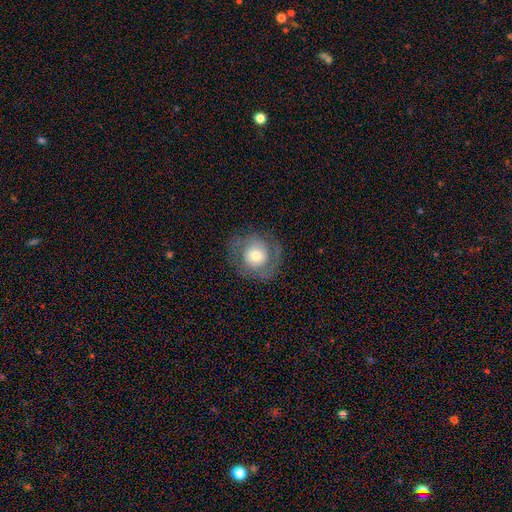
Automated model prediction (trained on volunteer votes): smooth_or_featured: featured or disk (p=0.55) [alt: smooth p=0.37]
disk_edge_on: no (p=0.97) [alt: yes p=0.03]
bar: no (p=0.70) [alt: weak p=0.23]
has_spiral_arms: yes (p=0.69) [alt: no p=0.31]
bulge_size: moderate (p=0.59) [alt: large p=0.19]
merging: none (p=0.77) [alt: minor disturbance p=0.13]